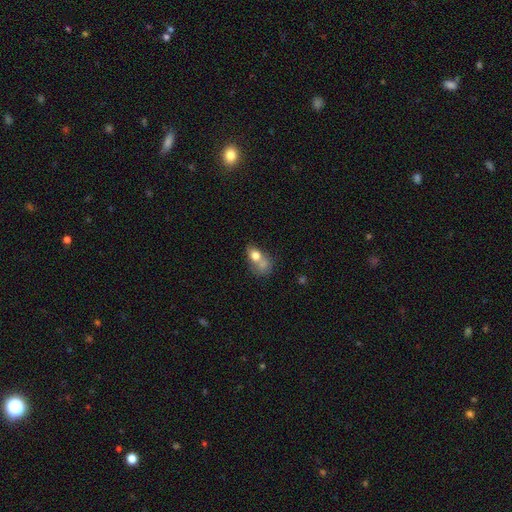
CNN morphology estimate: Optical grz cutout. It shows a smooth galaxy with no disk features (70%) that is in between round and cigar-shaped (66%). Merging: merger (51%).